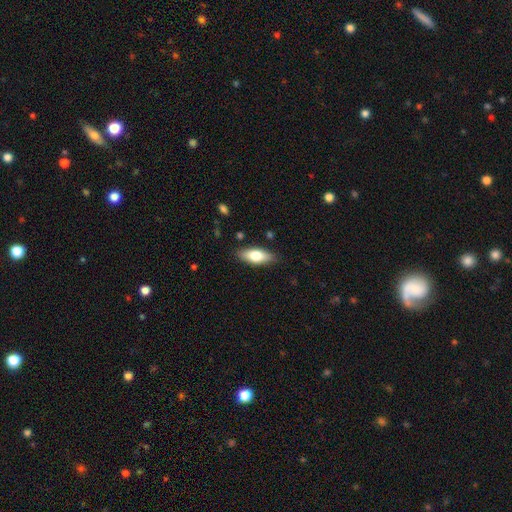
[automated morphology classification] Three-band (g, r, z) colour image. It shows a smooth galaxy with no disk features (68%) that is in between round and cigar-shaped (75%). Merging: none (85%).